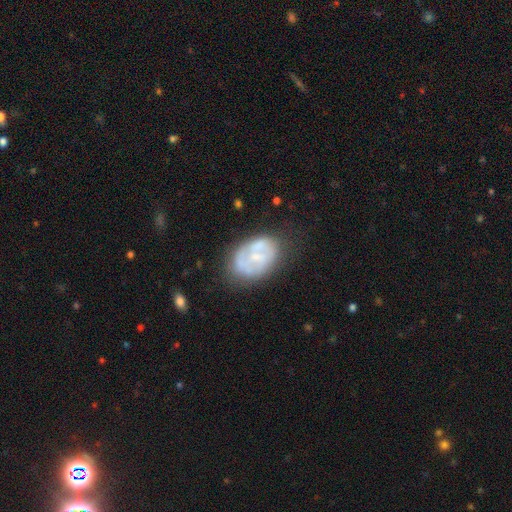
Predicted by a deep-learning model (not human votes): Q: Smooth or featured?
A: featured or disk (57%); runner-up: smooth (35%)
Q: Edge-on disk?
A: no (97%); runner-up: yes (3%)
Q: Bar?
A: no (76%); runner-up: weak (19%)
Q: Spiral arms?
A: no (65%); runner-up: yes (35%)
Q: Bulge size?
A: small (48%); runner-up: moderate (27%)
Q: Merging?
A: none (58%); runner-up: minor disturbance (25%)